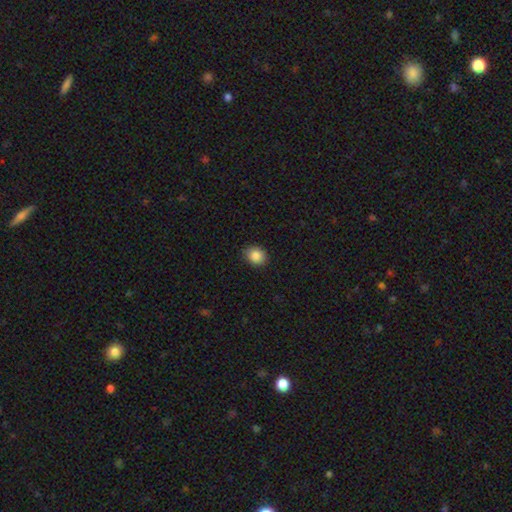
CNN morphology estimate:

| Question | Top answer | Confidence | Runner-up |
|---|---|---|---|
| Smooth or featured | smooth | 87% | star or artifact (10%) |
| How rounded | round | 66% | in between (34%) |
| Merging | none | 87% | minor disturbance (10%) |